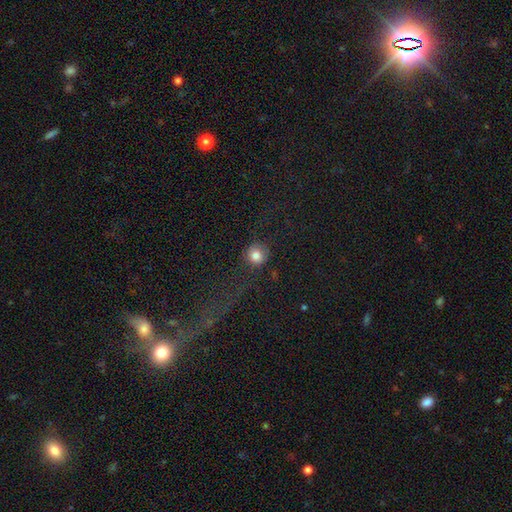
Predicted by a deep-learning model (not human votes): This appears to be a smooth galaxy with no disk features (82%) that is round (92%). Merging: none (74%).